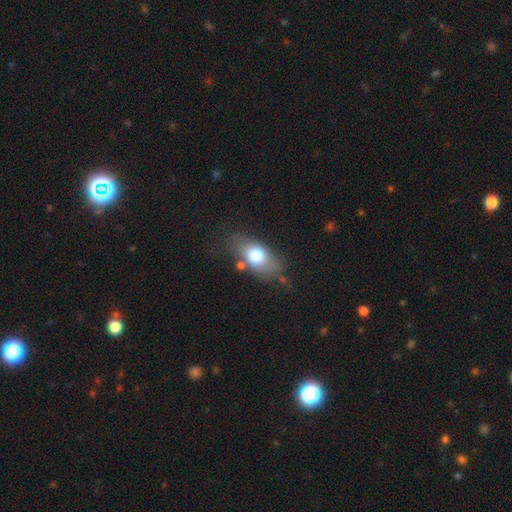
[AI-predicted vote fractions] A smooth galaxy with no disk features (73%) that is in between round and cigar-shaped (84%).

Vote fractions:
- Smooth or featured? smooth: 73% / featured or disk: 19% / star or artifact: 8%
- How rounded? in between: 84% / round: 11% / cigar-shaped: 5%
- Merging? none: 64% / minor disturbance: 21% / major disturbance: 9% / merger: 7%